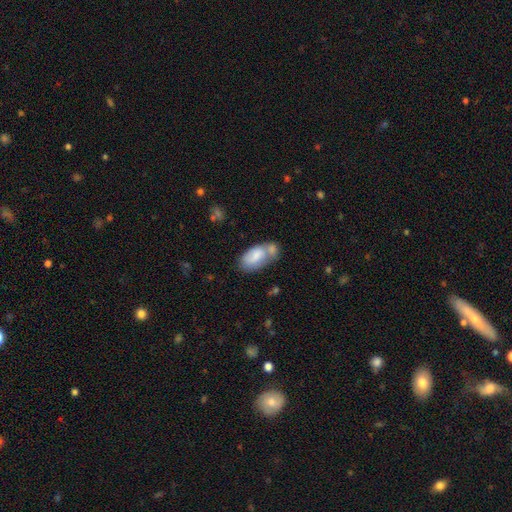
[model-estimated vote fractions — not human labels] This is likely a smooth galaxy (76%). How rounded: clearly in between (93%). Merging: marginally merger (44%).